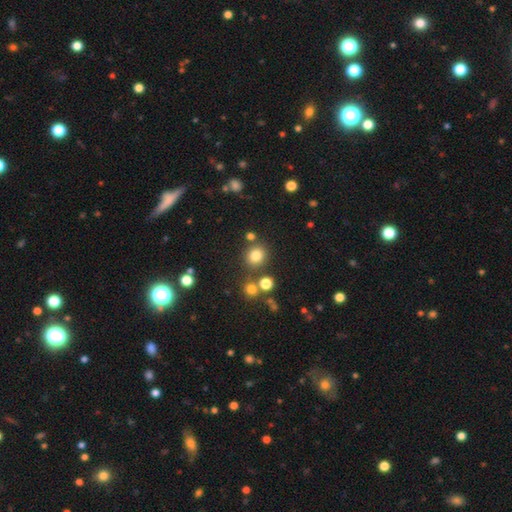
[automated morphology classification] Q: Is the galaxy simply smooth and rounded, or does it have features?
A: smooth — 79%.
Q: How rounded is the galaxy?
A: round — 82%.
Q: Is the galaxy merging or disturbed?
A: none — 78%.